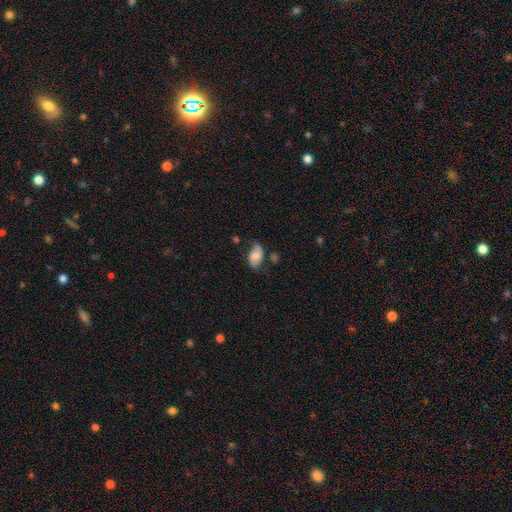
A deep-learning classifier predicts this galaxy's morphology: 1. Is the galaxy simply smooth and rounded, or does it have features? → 55% smooth, 37% featured or disk, 8% star or artifact.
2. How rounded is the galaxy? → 92% in between, 6% round, 2% cigar-shaped.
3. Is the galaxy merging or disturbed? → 55% none, 29% minor disturbance, 11% major disturbance, 5% merger.